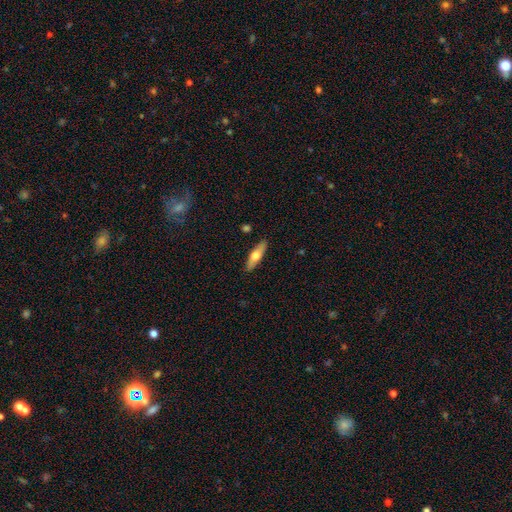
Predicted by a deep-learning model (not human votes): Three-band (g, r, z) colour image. It shows a smooth galaxy with no disk features (52%) that is cigar-shaped (60%). Merging: none (89%).